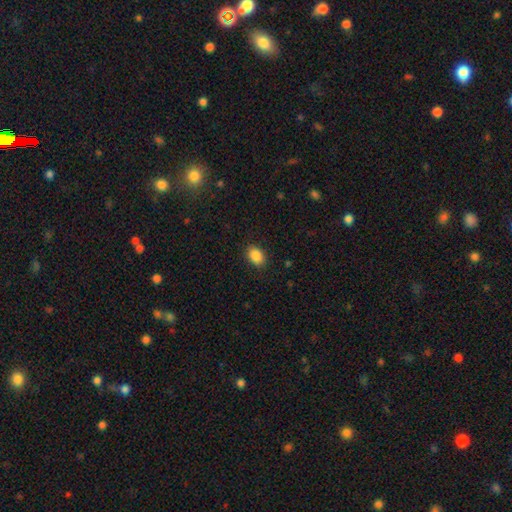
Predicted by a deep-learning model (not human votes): Smooth or featured? Predicted: smooth (p=0.88). How rounded? Predicted: in between (p=0.76). Merging? Predicted: none (p=0.88).